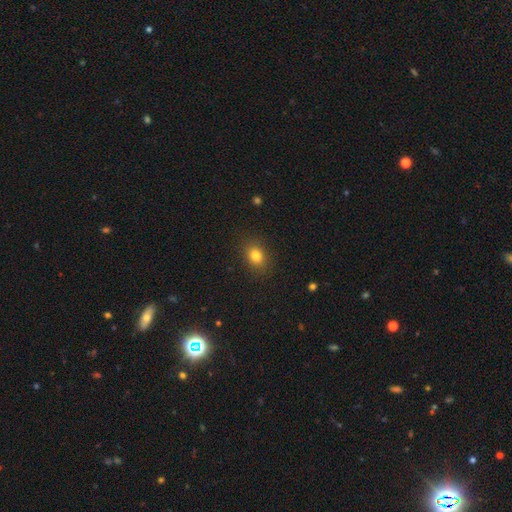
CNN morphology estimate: A smooth galaxy with no disk features (81%) that is in between round and cigar-shaped (57%). Merging: none (87%).